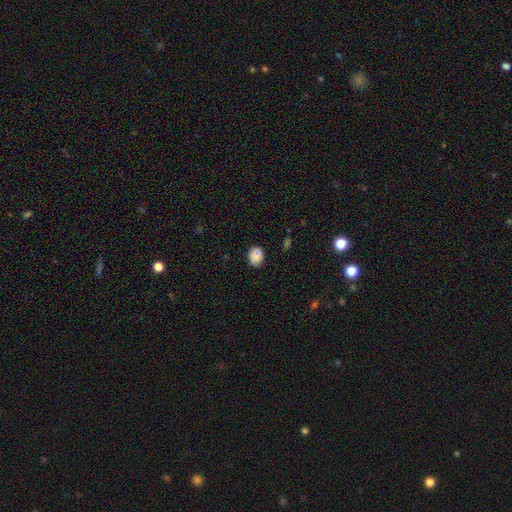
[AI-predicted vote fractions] A smooth galaxy with no disk features (80%) that is in between round and cigar-shaped (55%).

Vote fractions:
- Smooth or featured? smooth: 80% / featured or disk: 11% / star or artifact: 9%
- How rounded? in between: 55% / round: 44% / cigar-shaped: 1%
- Merging? none: 78% / minor disturbance: 18% / major disturbance: 3% / merger: 1%